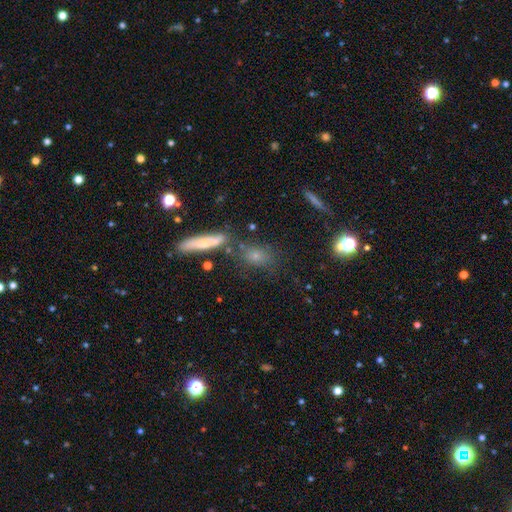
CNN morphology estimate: This is possibly a smooth galaxy (58%). How rounded: possibly in between (50%). Merging: likely none (70%).